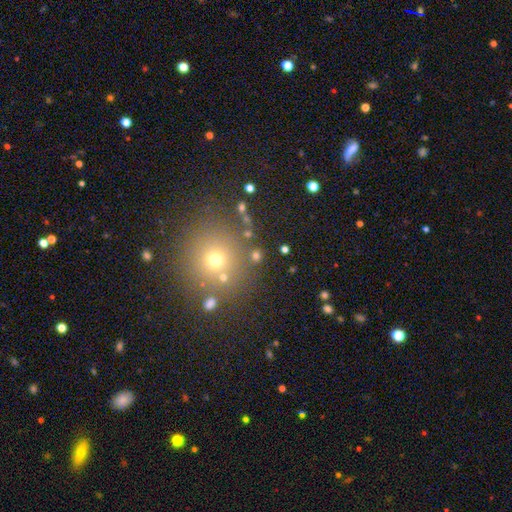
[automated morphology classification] Q: Smooth or featured?
A: smooth (66%); runner-up: star or artifact (24%)
Q: How rounded?
A: round (85%); runner-up: in between (14%)
Q: Merging?
A: none (79%); runner-up: merger (9%)